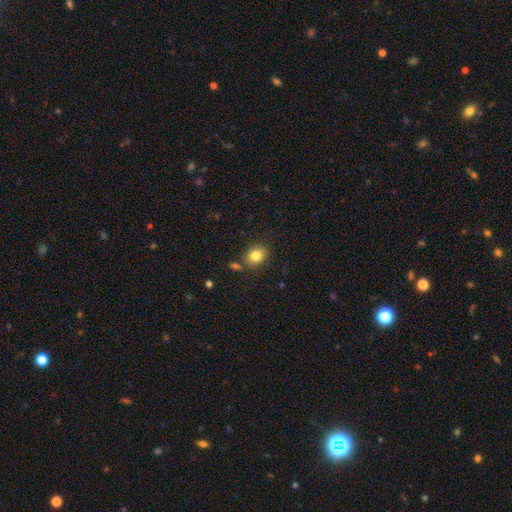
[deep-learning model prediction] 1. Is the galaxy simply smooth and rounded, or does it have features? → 83% smooth, 9% star or artifact, 7% featured or disk.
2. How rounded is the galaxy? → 53% in between, 46% round, 1% cigar-shaped.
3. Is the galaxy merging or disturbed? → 78% none, 12% minor disturbance, 7% merger, 3% major disturbance.